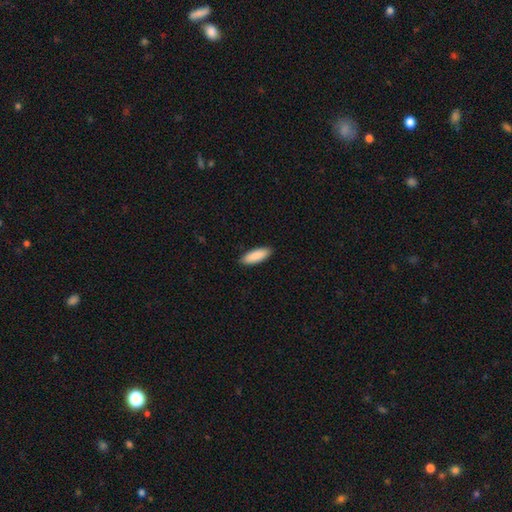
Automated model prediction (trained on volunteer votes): A smooth galaxy with no disk features (91%) that is in between round and cigar-shaped (65%). Merging: none (90%).